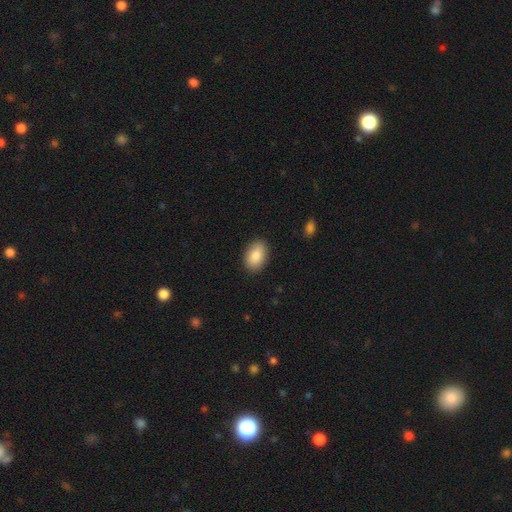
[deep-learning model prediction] Smooth or featured: smooth — 87% (featured or disk — 7%)
How rounded: in between — 89% (round — 10%)
Merging: none — 88% (minor disturbance — 9%)